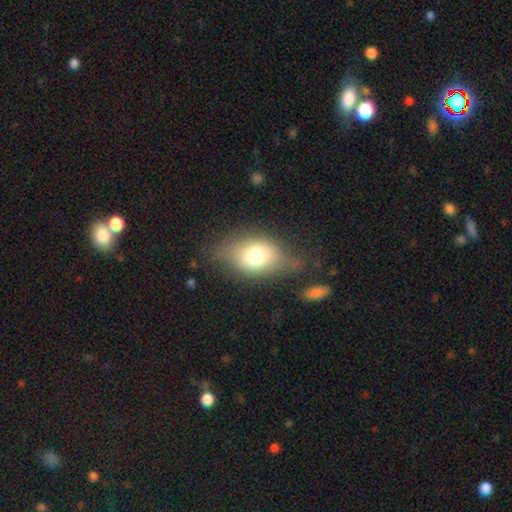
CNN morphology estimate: Smooth or featured? smooth (68%)
How rounded? in between (73%)
Merging? none (57%)